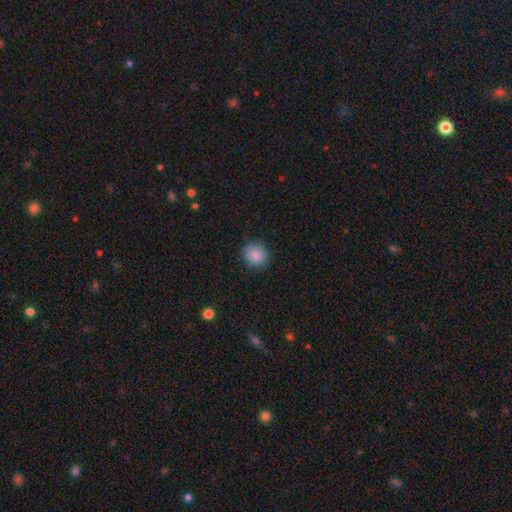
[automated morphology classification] Q: Smooth or featured?
A: smooth (88%); runner-up: star or artifact (9%)
Q: How rounded?
A: round (87%); runner-up: in between (12%)
Q: Merging?
A: none (88%); runner-up: minor disturbance (9%)